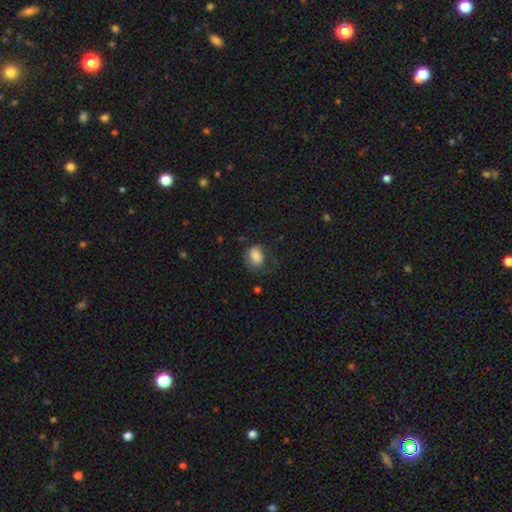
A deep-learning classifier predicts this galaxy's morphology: This is likely a smooth galaxy (79%). How rounded: likely in between (63%). Merging: possibly none (53%).